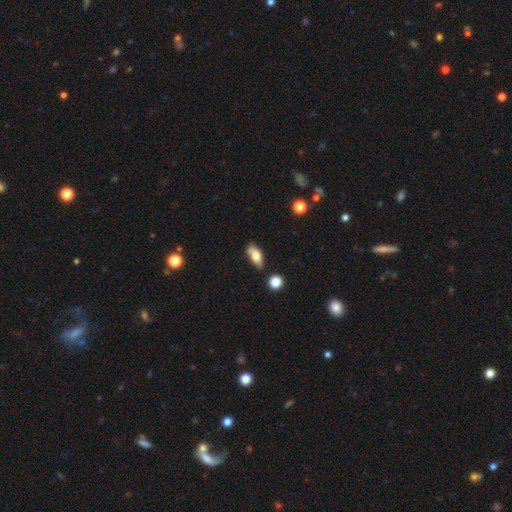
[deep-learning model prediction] A smooth galaxy with no disk features (70%) that is in between round and cigar-shaped (80%).

Vote fractions:
- Smooth or featured? smooth: 70% / featured or disk: 22% / star or artifact: 8%
- How rounded? in between: 80% / cigar-shaped: 15% / round: 5%
- Merging? none: 66% / minor disturbance: 21% / merger: 8% / major disturbance: 5%